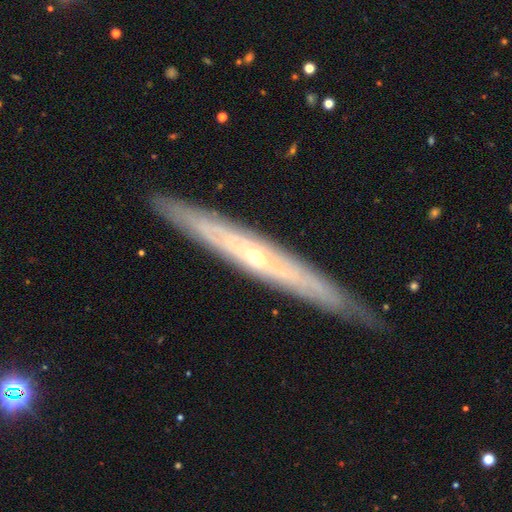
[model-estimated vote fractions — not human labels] featured or disk 77%, smooth 16%, star or artifact 6%. Down the decision tree: edge-on disk — yes (82%); edge-on bulge — rounded (65%); merging — none (87%).